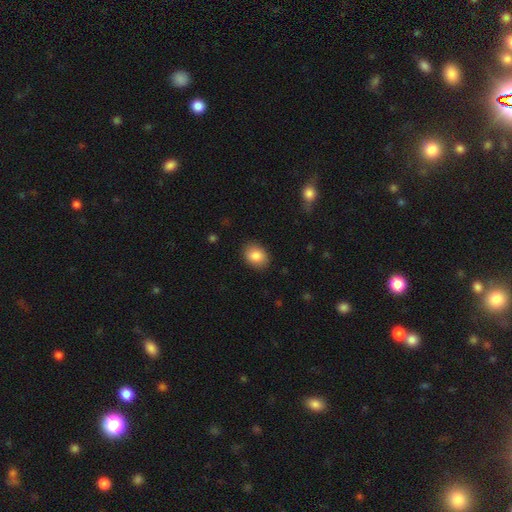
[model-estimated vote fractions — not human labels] This is clearly a smooth galaxy (86%). How rounded: possibly in between (60%). Merging: clearly none (88%).